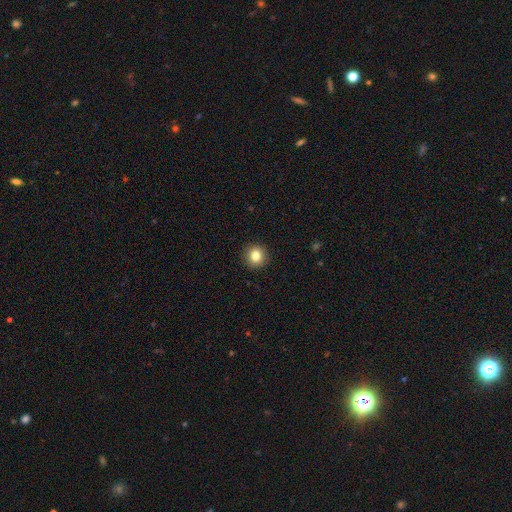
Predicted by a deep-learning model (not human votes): A smooth galaxy with no disk features (83%) that is round (92%).

Vote fractions:
- Smooth or featured? smooth: 83% / star or artifact: 11% / featured or disk: 7%
- How rounded? round: 92% / in between: 7% / cigar-shaped: 1%
- Merging? none: 92% / minor disturbance: 5% / major disturbance: 2% / merger: 1%